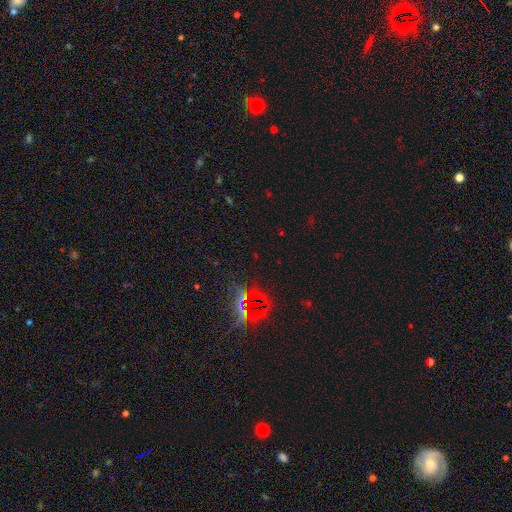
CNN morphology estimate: This is likely a star or artifact rather than a galaxy (74%).